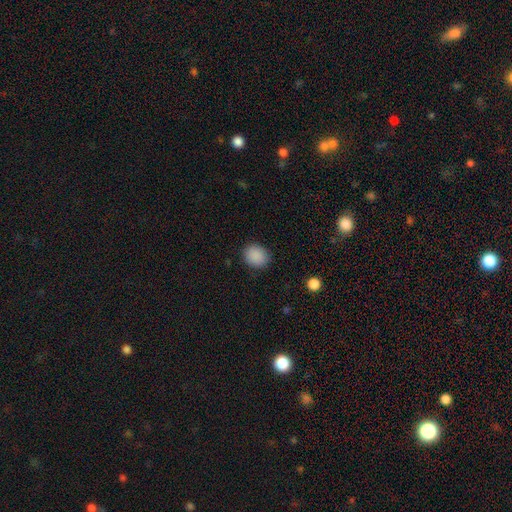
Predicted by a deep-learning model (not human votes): This appears to be a smooth galaxy with no disk features (89%) that is round (68%). Merging: none (87%).